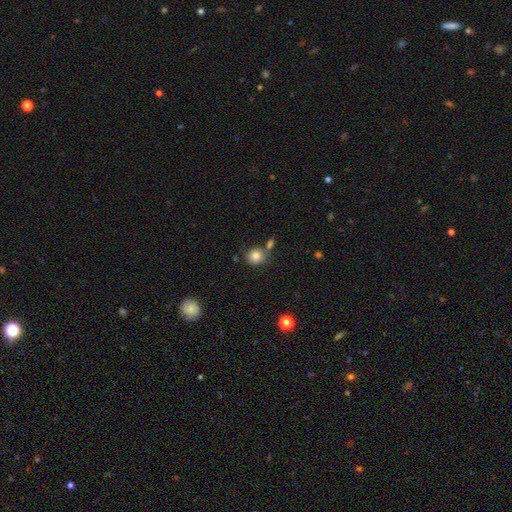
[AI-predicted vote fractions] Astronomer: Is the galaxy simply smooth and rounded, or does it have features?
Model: smooth — 82%.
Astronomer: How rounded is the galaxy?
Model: round — 81%.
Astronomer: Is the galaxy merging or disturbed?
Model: none — 69%.